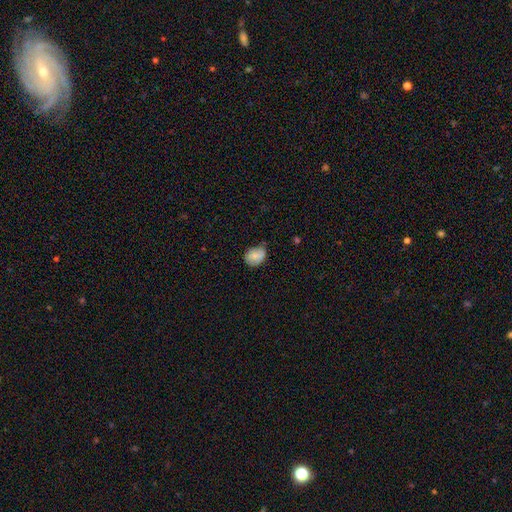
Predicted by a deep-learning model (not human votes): Overall: smooth (76%). How rounded: in between (63%; round 36%). Merging: none (57%; minor disturbance 34%).